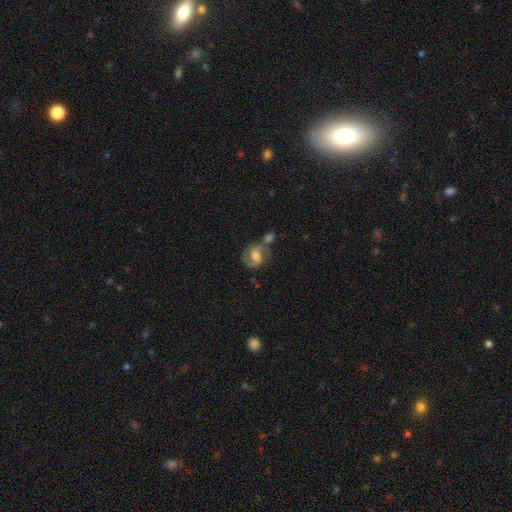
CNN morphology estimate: smooth_or_featured: featured or disk (p=0.80) [alt: smooth p=0.14]
disk_edge_on: no (p=0.98) [alt: yes p=0.02]
bar: weak (p=0.49) [alt: no p=0.34]
has_spiral_arms: yes (p=0.95) [alt: no p=0.05]
spiral_winding: medium (p=0.54) [alt: tight p=0.30]
spiral_arm_count: 2 (p=0.88) [alt: 1 p=0.04]
bulge_size: moderate (p=0.54) [alt: small p=0.22]
merging: none (p=0.51) [alt: merger p=0.24]